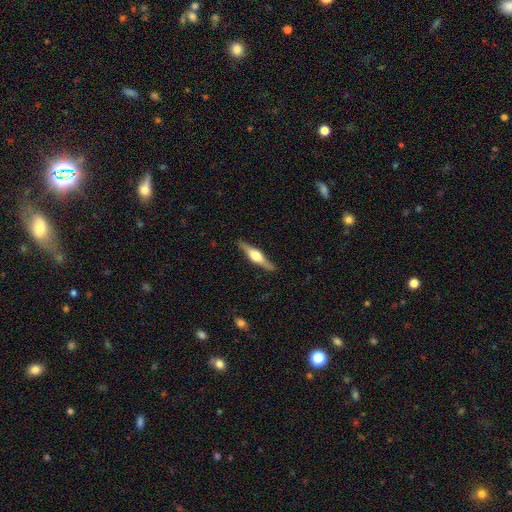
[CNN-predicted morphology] featured or disk 72%, smooth 23%, star or artifact 5%. Down the decision tree: edge-on disk — yes (97%); edge-on bulge — rounded (92%); merging — none (89%).